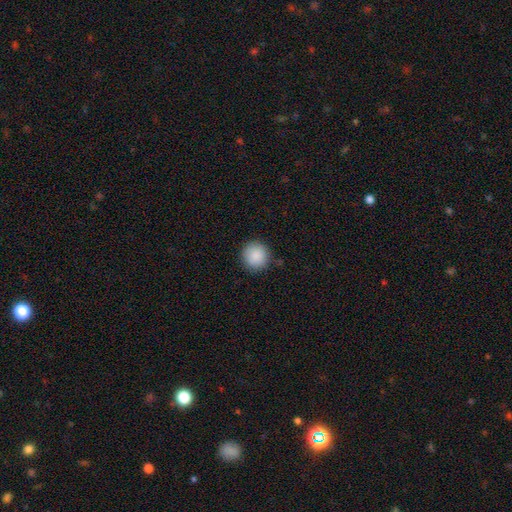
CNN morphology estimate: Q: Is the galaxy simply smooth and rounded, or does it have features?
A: smooth — 89%.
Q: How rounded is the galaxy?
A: round — 94%.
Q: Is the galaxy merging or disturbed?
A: none — 89%.